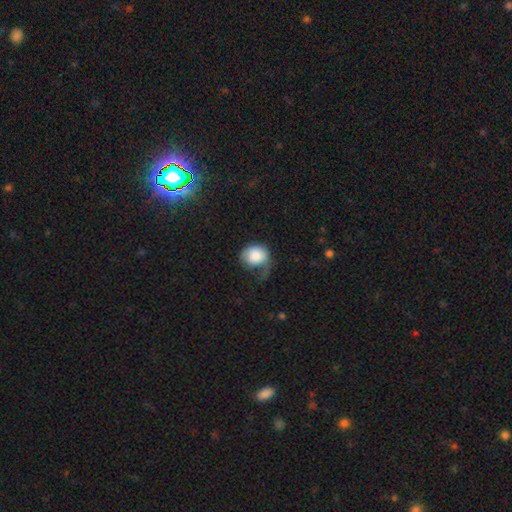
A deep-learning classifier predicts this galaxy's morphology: Q: Smooth or featured?
A: smooth (82%); runner-up: featured or disk (11%)
Q: How rounded?
A: round (65%); runner-up: in between (34%)
Q: Merging?
A: major disturbance (36%); runner-up: minor disturbance (33%)